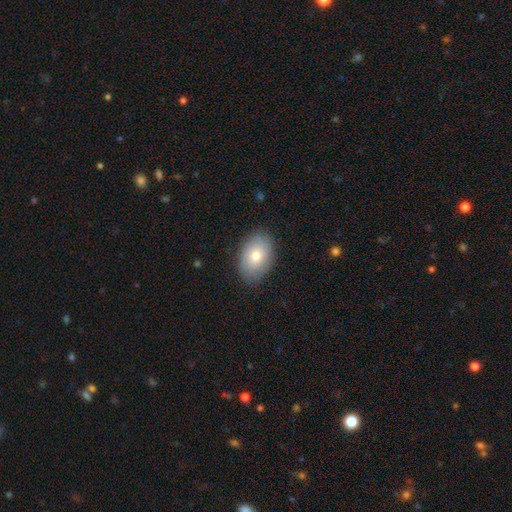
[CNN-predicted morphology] Q: Smooth or featured?
A: smooth (75%); runner-up: featured or disk (18%)
Q: How rounded?
A: in between (87%); runner-up: round (12%)
Q: Merging?
A: none (84%); runner-up: minor disturbance (12%)